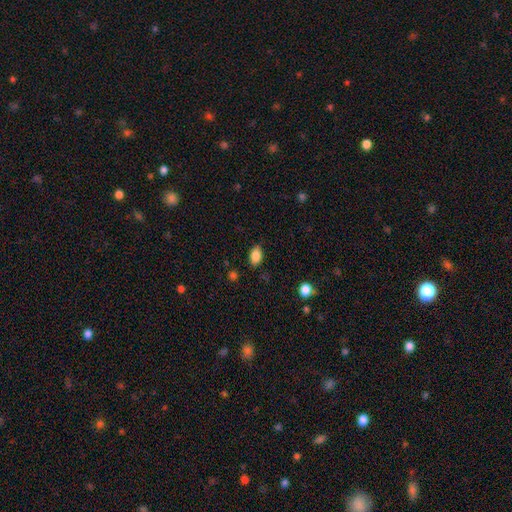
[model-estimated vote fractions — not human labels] smooth 86%, star or artifact 9%, featured or disk 5%. Down the decision tree: how rounded — in between (86%); merging — none (82%).